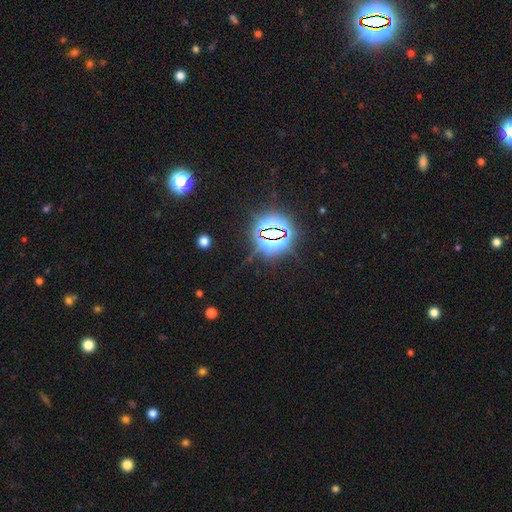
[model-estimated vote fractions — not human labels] Morphology: type=star or artifact (81%).